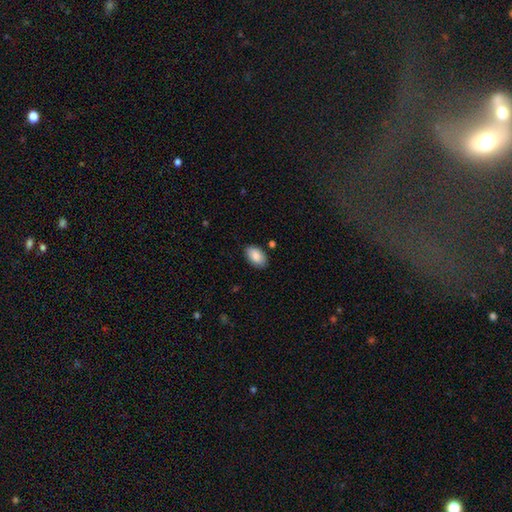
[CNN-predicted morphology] Q: Smooth or featured?
A: smooth (88%); runner-up: star or artifact (6%)
Q: How rounded?
A: in between (94%); runner-up: round (5%)
Q: Merging?
A: none (85%); runner-up: minor disturbance (11%)